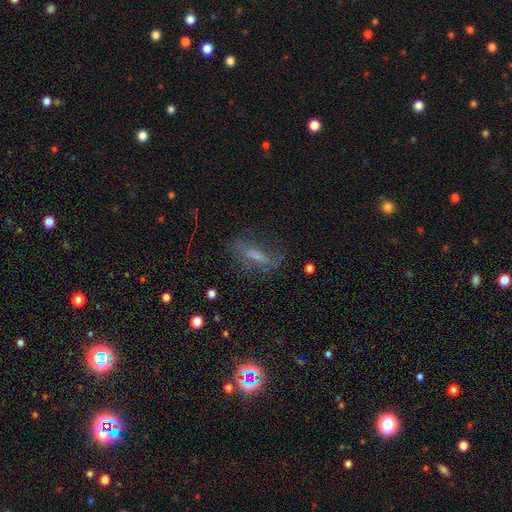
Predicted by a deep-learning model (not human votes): Overall: featured or disk (44%; smooth 38%). Merging: none (56%; minor disturbance 22%).